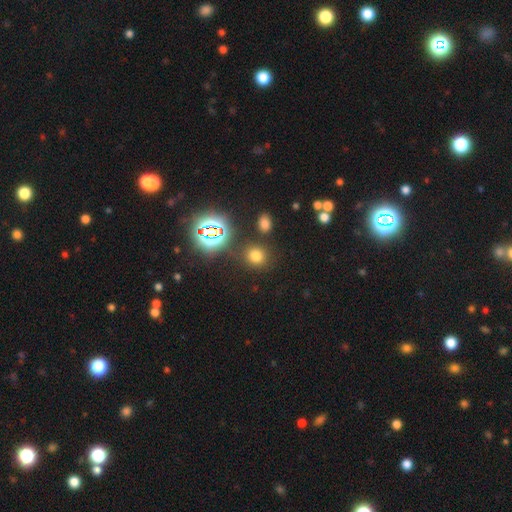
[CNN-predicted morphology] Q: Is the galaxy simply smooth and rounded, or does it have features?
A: smooth — 67%.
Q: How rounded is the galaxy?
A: round — 81%.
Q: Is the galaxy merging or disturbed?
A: none — 82%.